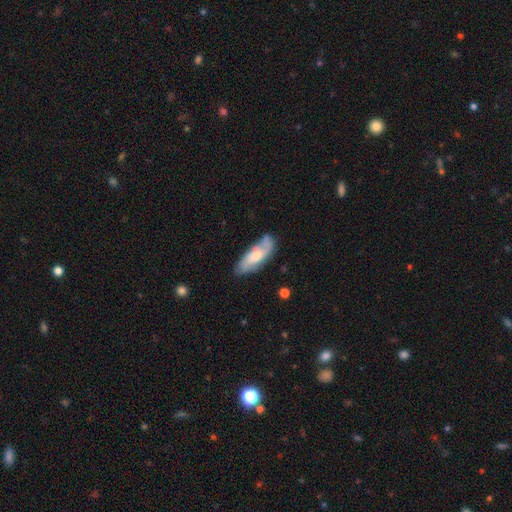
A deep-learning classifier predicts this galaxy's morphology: Overall: smooth (55%; featured or disk 39%). How rounded: in between (66%; cigar-shaped 32%). Merging: none (62%; minor disturbance 26%).